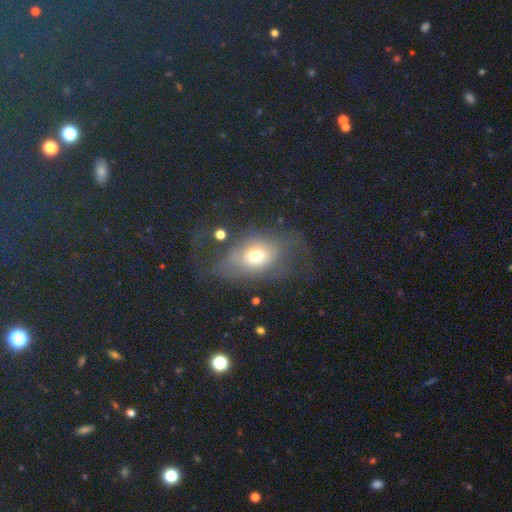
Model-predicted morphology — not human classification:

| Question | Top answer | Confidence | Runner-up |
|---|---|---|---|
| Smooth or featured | smooth | 52% | featured or disk (35%) |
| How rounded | in between | 66% | round (31%) |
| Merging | major disturbance | 46% | none (32%) |